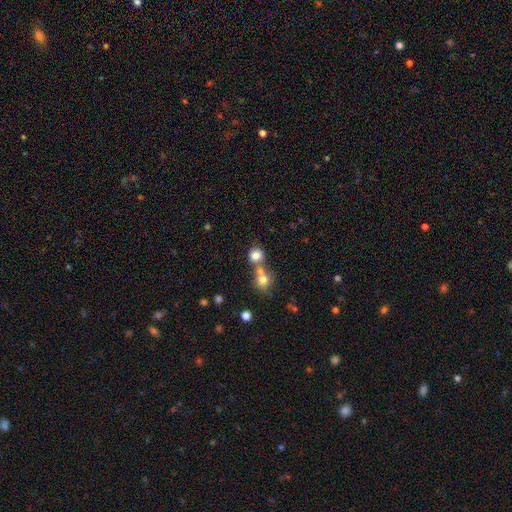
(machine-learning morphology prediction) Smooth or featured?
  - smooth: 80% *
  - star or artifact: 12%
  - featured or disk: 8%
How rounded?
  - round: 80% *
  - in between: 18%
  - cigar-shaped: 1%
Merging?
  - merger: 44% * (tied)
  - none: 44% * (tied)
  - minor disturbance: 8%
  - major disturbance: 4%